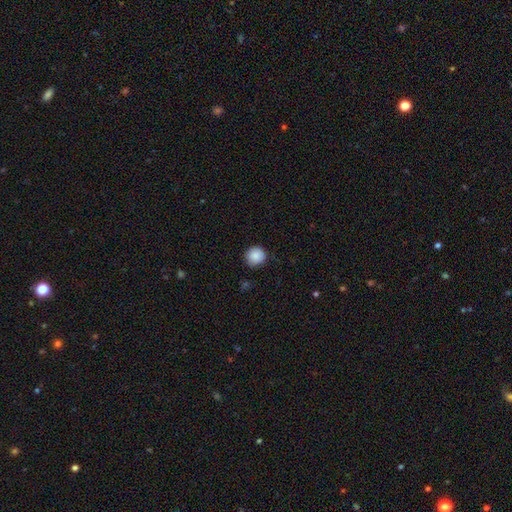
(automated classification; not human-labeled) Smooth or featured? smooth (88%)
How rounded? round (93%)
Merging? none (86%)